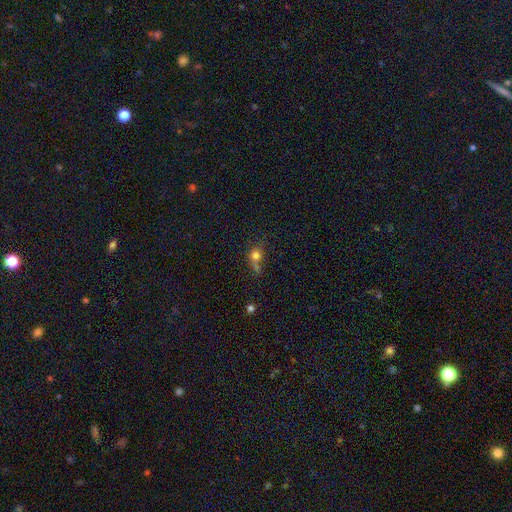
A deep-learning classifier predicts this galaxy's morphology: smooth-or-featured: smooth: 72% | star or artifact: 16% | featured or disk: 12%
  how-rounded: round: 77% | in between: 20% | cigar-shaped: 2%
  merging: none: 44% | minor disturbance: 20% | merger: 20% | major disturbance: 16%